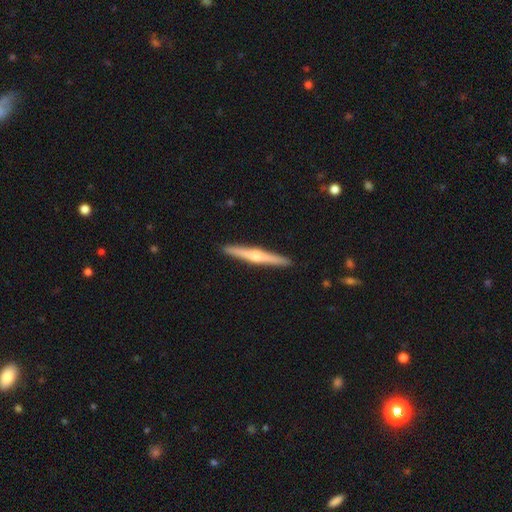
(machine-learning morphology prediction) Smooth or featured?
  - featured or disk: 64% *
  - smooth: 31%
  - star or artifact: 5%
Edge-on disk?
  - yes: 98% *
  - no: 2%
Edge-on bulge?
  - rounded: 80% *
  - none: 13%
  - boxy: 7%
Merging?
  - none: 93% *
  - minor disturbance: 5%
  - major disturbance: 1%
  - merger: 1%